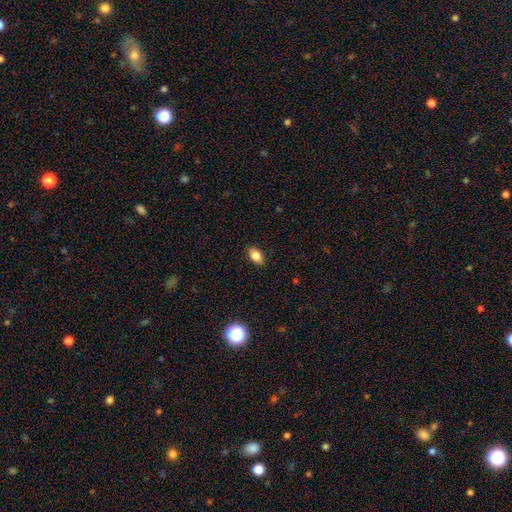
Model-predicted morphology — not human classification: Smooth or featured: smooth — 84% (star or artifact — 9%)
How rounded: in between — 89% (round — 9%)
Merging: none — 88% (minor disturbance — 9%)